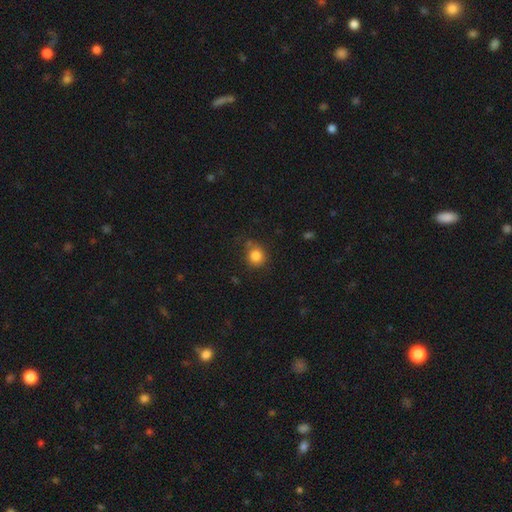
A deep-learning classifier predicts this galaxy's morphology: This is clearly a smooth galaxy (84%). How rounded: clearly round (83%). Merging: likely none (73%).